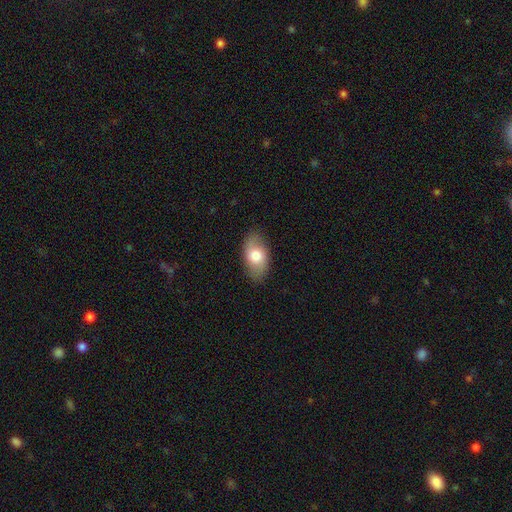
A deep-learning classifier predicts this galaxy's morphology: smooth 73%, featured or disk 21%, star or artifact 6%. Down the decision tree: how rounded — in between (91%); merging — none (84%).